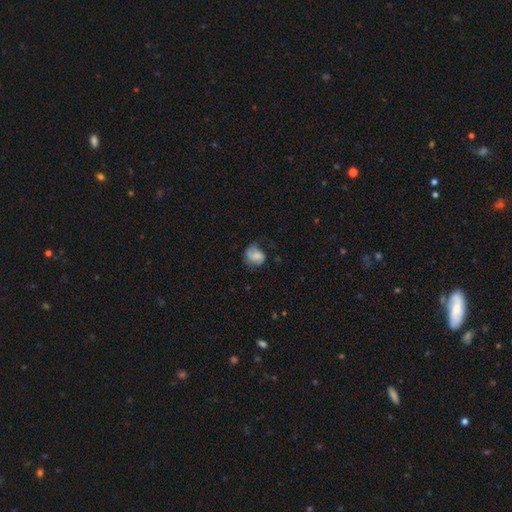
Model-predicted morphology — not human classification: type=smooth (56%); roundness=round (57%); merging=none (56%).